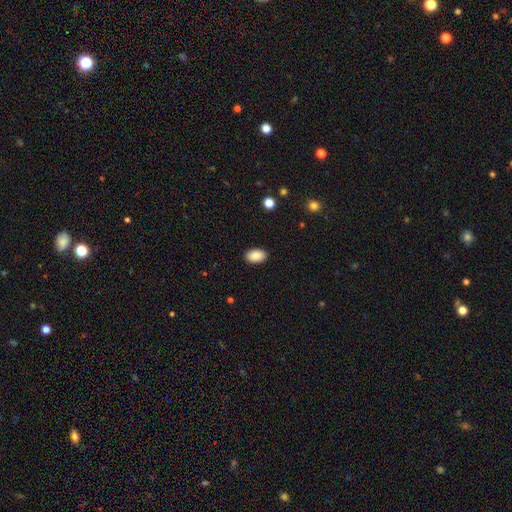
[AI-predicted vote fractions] The model was most divided on "smooth or featured": smooth: 87%, star or artifact: 7%, featured or disk: 6%. More confident: how rounded — in between (92%); merging — none (90%).